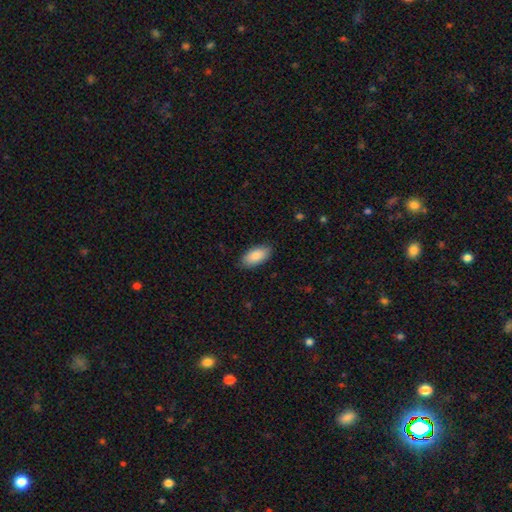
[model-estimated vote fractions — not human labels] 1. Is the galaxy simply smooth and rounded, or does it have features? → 88% smooth, 6% featured or disk, 6% star or artifact.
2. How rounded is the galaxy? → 92% in between, 6% cigar-shaped, 2% round.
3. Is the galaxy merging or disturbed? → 85% none, 11% minor disturbance, 2% major disturbance, 1% merger.